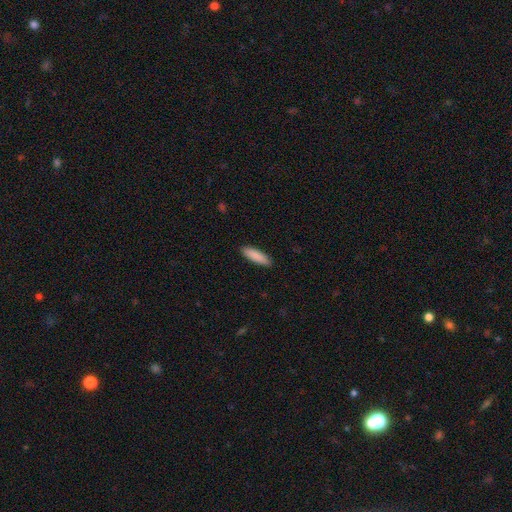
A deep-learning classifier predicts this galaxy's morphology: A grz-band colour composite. It shows a smooth galaxy with no disk features (89%) that is cigar-shaped (61%). Merging: none (90%).